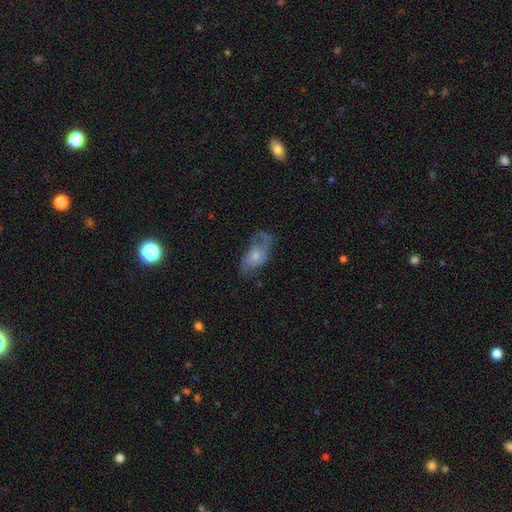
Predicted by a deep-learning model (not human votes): Morphology: type=featured or disk (64%); edge-on=no (94%); bar=no (72%); spiral arms=yes (83%); bulge=small (45%); merging=none (52%).